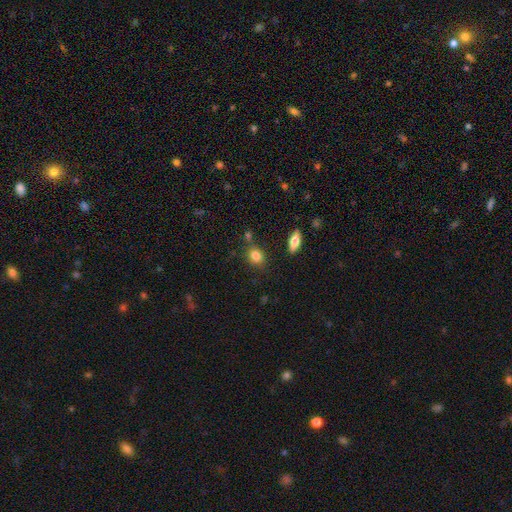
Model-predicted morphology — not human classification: smooth_or_featured: smooth (p=0.83) [alt: star or artifact p=0.10]
how_rounded: in between (p=0.54) [alt: round p=0.44]
merging: none (p=0.76) [alt: minor disturbance p=0.14]